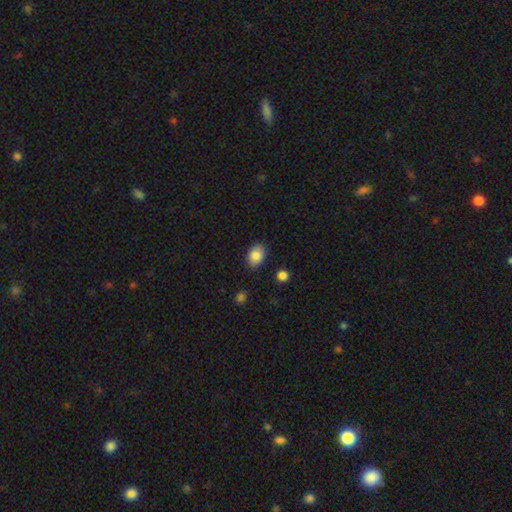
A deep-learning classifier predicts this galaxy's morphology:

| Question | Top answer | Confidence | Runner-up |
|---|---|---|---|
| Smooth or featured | smooth | 85% | featured or disk (8%) |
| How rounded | in between | 80% | round (19%) |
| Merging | none | 86% | minor disturbance (10%) |